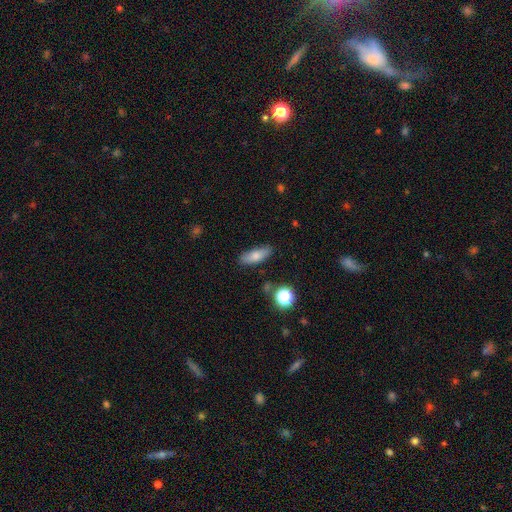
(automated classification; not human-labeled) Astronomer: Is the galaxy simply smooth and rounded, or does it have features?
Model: smooth — 75%.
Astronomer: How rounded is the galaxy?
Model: in between — 65%.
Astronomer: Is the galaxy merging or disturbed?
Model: none — 82%.